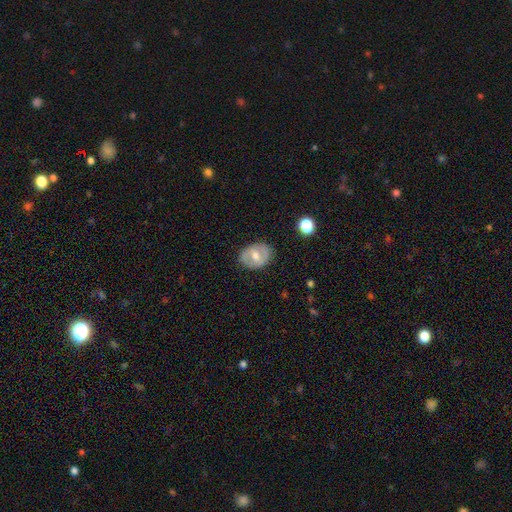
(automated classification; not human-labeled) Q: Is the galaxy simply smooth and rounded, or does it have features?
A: featured or disk — 53%.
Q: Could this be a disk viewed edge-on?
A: no — 95%.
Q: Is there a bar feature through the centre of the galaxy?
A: weak — 45%.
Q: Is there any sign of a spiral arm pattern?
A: no — 58%.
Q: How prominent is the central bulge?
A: moderate — 74%.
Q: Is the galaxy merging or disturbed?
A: none — 84%.